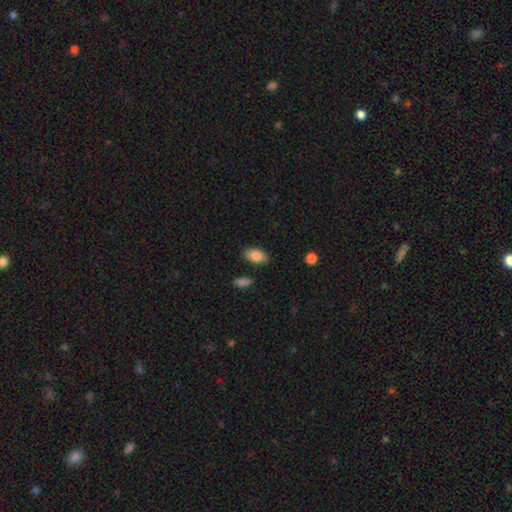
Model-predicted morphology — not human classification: smooth_or_featured: smooth (p=0.86) [alt: star or artifact p=0.07]
how_rounded: in between (p=0.92) [alt: round p=0.05]
merging: none (p=0.84) [alt: minor disturbance p=0.11]